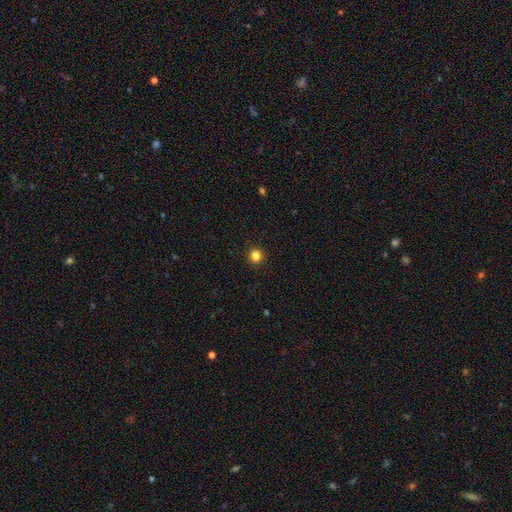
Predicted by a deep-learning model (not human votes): Overall: smooth (83%). How rounded: round (93%). Merging: none (93%).